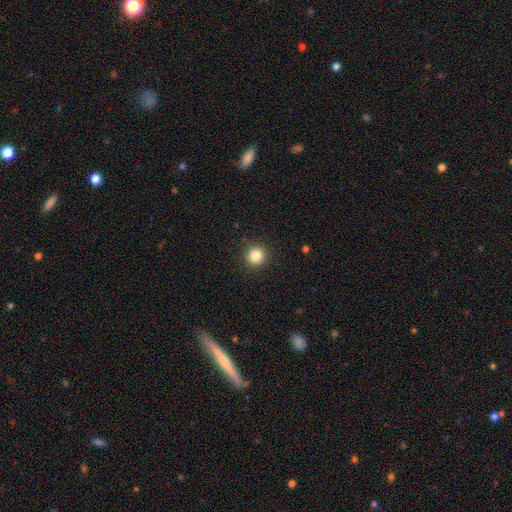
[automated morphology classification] smooth 84%, star or artifact 11%, featured or disk 5%. Down the decision tree: how rounded — round (94%); merging — none (92%).